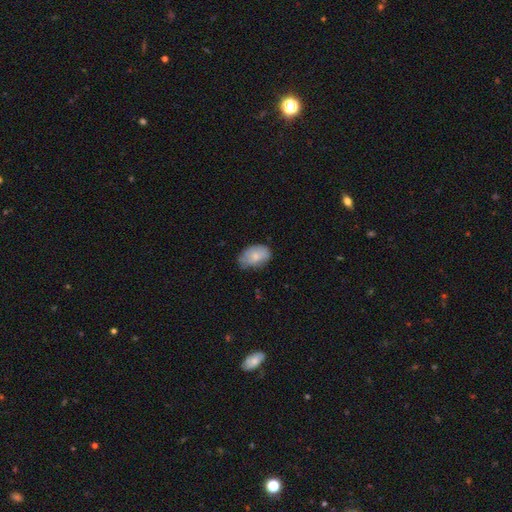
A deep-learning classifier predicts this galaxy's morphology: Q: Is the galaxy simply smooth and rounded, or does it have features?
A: smooth — 71%.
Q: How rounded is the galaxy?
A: in between — 89%.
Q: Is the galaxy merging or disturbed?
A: none — 60%.